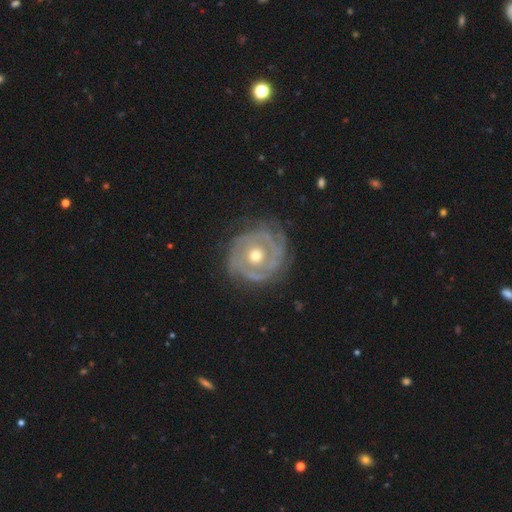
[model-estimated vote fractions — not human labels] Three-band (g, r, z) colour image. It shows a featured or disk galaxy (83%) with no bar (83%), tight (76%) spiral arms (86%) and a moderate central bulge (73%). Merging: none (70%).